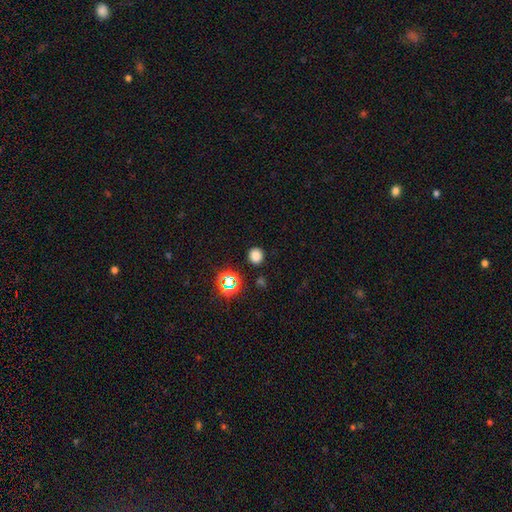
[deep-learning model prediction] smooth_or_featured: smooth (p=0.77) [alt: star or artifact p=0.19]
how_rounded: round (p=0.83) [alt: in between p=0.16]
merging: none (p=0.89) [alt: minor disturbance p=0.07]